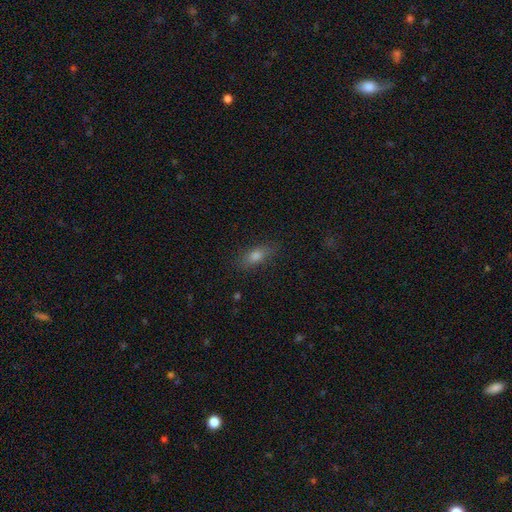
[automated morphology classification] smooth-or-featured: smooth: 73% | featured or disk: 16% | star or artifact: 12%
  how-rounded: in between: 69% | cigar-shaped: 24% | round: 7%
  merging: none: 83% | minor disturbance: 12% | major disturbance: 3% | merger: 1%